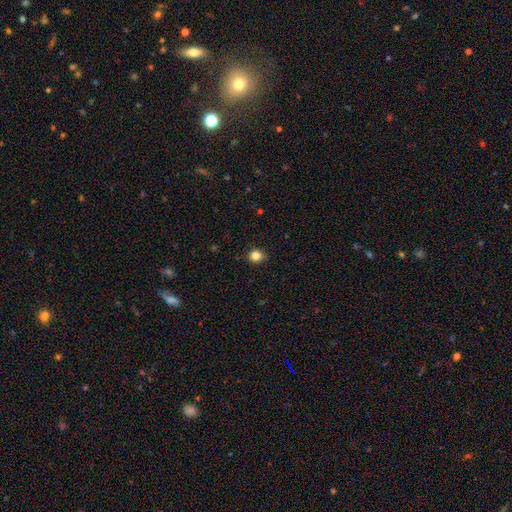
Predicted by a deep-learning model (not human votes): This is clearly a smooth galaxy (83%). How rounded: clearly round (83%). Merging: clearly none (84%).